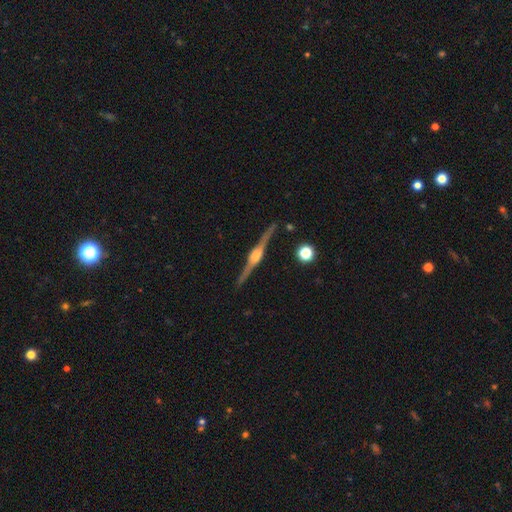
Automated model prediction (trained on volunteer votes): Smooth or featured: featured or disk — 88% (smooth — 7%)
Edge-on disk: yes — 98% (no — 2%)
Edge-on bulge: rounded — 79% (boxy — 18%)
Merging: none — 90% (minor disturbance — 7%)